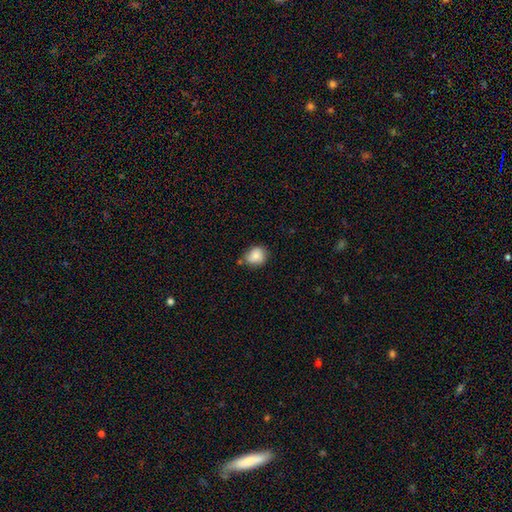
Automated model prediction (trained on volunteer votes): This appears to be a smooth galaxy with no disk features (82%) that is round (67%). Merging: none (63%).